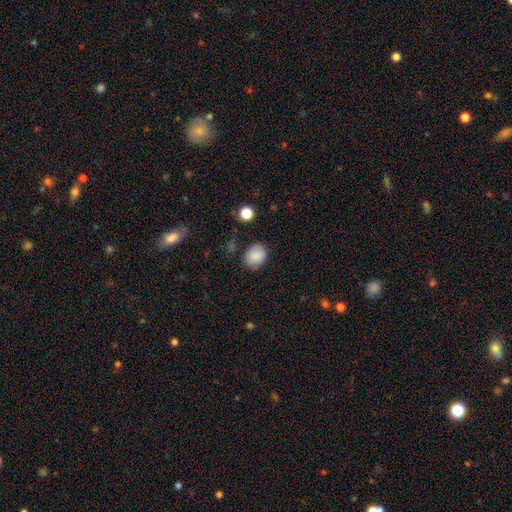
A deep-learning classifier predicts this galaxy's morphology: Smooth or featured? smooth (86%)
How rounded? round (54%)
Merging? none (77%)